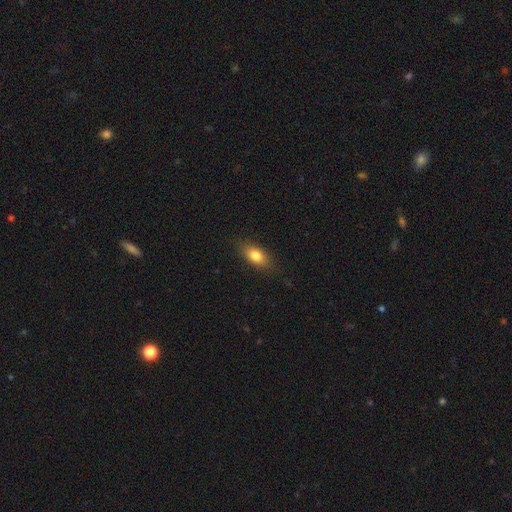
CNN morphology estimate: smooth-or-featured: smooth: 80% | featured or disk: 12% | star or artifact: 8%
  how-rounded: in between: 82% | cigar-shaped: 10% | round: 8%
  merging: none: 83% | minor disturbance: 13% | major disturbance: 3% | merger: 1%